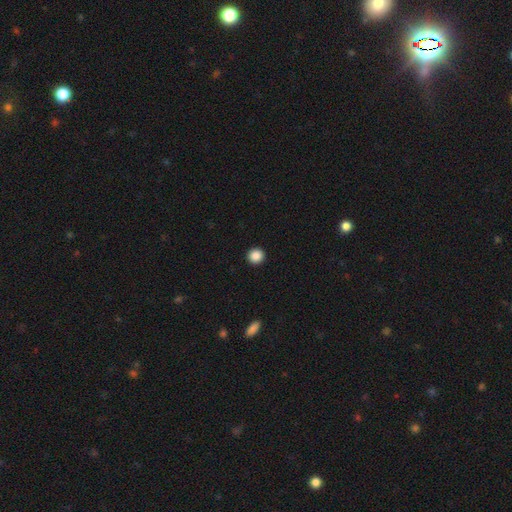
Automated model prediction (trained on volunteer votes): Overall: smooth (88%). How rounded: round (94%). Merging: none (94%).